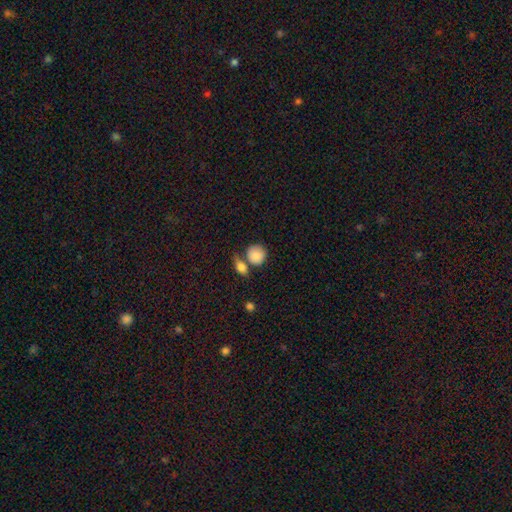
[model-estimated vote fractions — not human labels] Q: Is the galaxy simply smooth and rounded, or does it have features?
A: smooth — 86%.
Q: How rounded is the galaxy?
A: round — 82%.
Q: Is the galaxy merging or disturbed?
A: none — 54%.